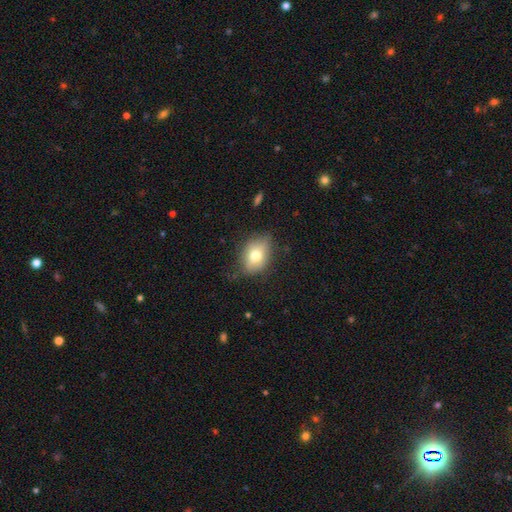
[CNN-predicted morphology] Smooth or featured?
  - smooth: 68% *
  - featured or disk: 23%
  - star or artifact: 9%
How rounded?
  - in between: 71% *
  - round: 26%
  - cigar-shaped: 2%
Merging?
  - none: 69% *
  - minor disturbance: 23%
  - major disturbance: 6%
  - merger: 1%